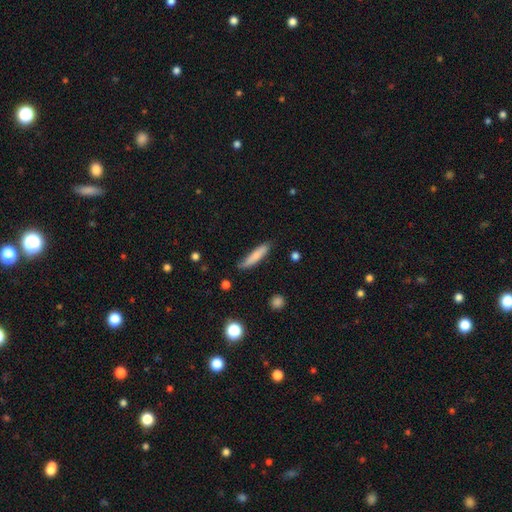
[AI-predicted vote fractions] Smooth or featured? Predicted: smooth (p=0.78). How rounded? Predicted: cigar-shaped (p=0.81). Merging? Predicted: none (p=0.76).